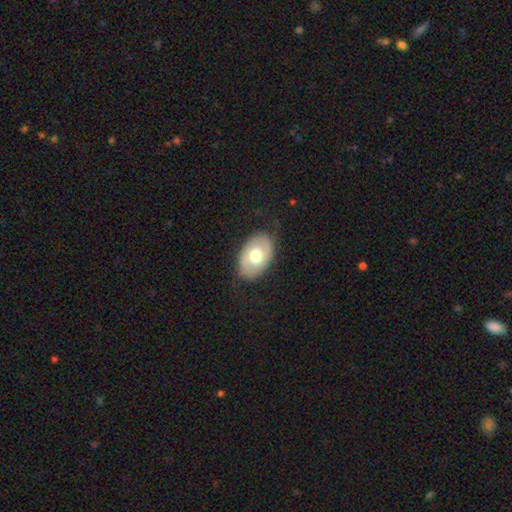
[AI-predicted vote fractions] A smooth galaxy with no disk features (59%) that is in between round and cigar-shaped (88%). Merging: none (79%).